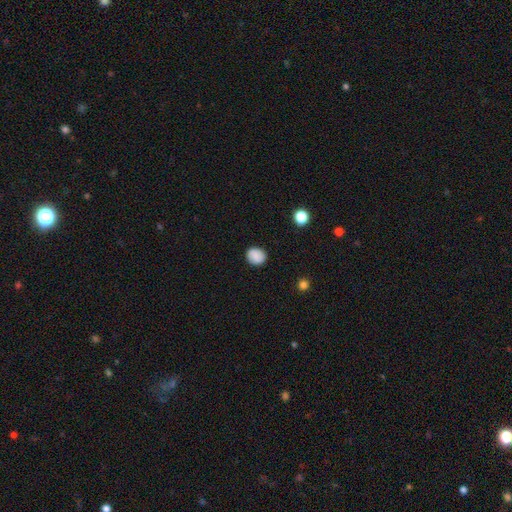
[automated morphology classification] A smooth galaxy with no disk features (86%) that is round (67%).

Vote fractions:
- Smooth or featured? smooth: 86% / star or artifact: 9% / featured or disk: 6%
- How rounded? round: 67% / in between: 32% / cigar-shaped: 1%
- Merging? none: 86% / minor disturbance: 10% / major disturbance: 2% / merger: 1%